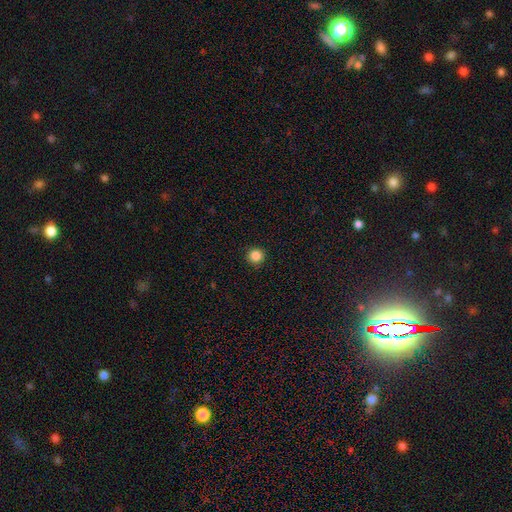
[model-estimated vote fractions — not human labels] Smooth or featured: smooth — 85% (star or artifact — 11%)
How rounded: round — 95% (in between — 4%)
Merging: none — 92% (minor disturbance — 5%)